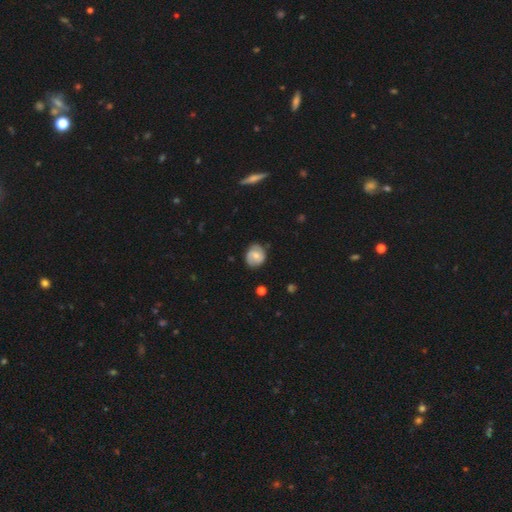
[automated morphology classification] smooth 50%, featured or disk 43%, star or artifact 8%. Down the decision tree: merging — none (75%).